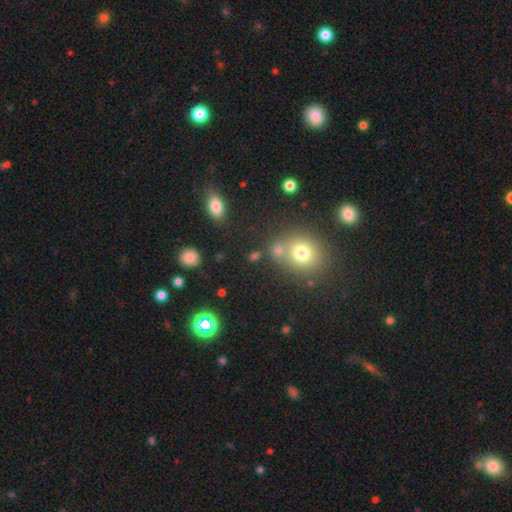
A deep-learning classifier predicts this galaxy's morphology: Smooth or featured: smooth — 64% (star or artifact — 25%)
How rounded: round — 71% (in between — 27%)
Merging: none — 59% (merger — 26%)